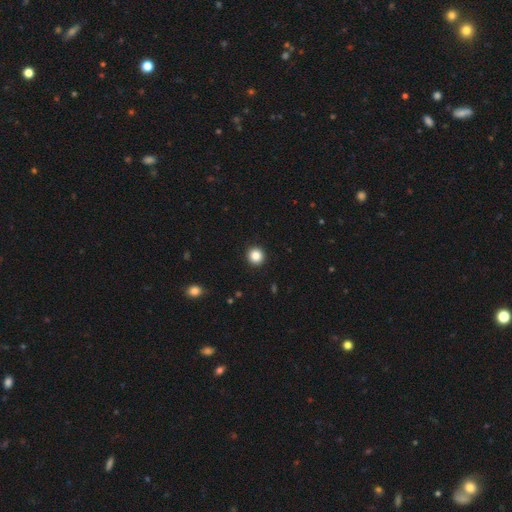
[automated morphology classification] This is clearly a smooth galaxy (86%). How rounded: clearly round (94%). Merging: clearly none (93%).